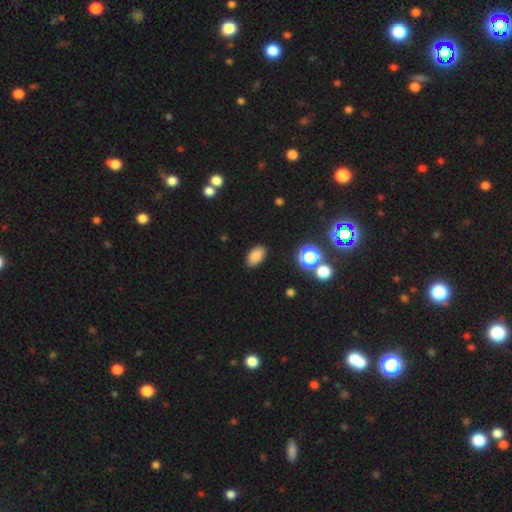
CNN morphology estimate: This is clearly a smooth galaxy (83%). How rounded: clearly in between (91%). Merging: clearly none (87%).